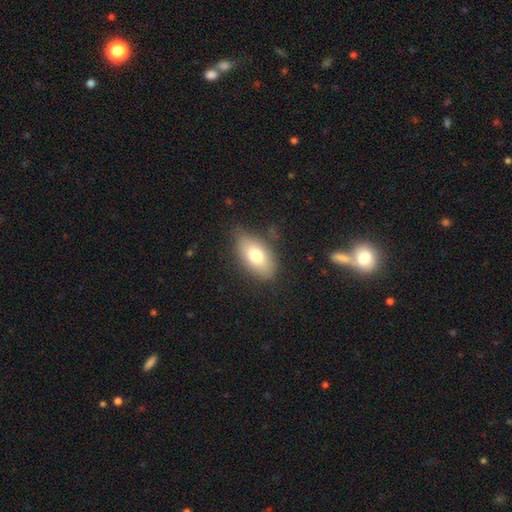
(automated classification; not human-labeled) Smooth or featured? Predicted: smooth (p=0.73). How rounded? Predicted: in between (p=0.90). Merging? Predicted: none (p=0.74).